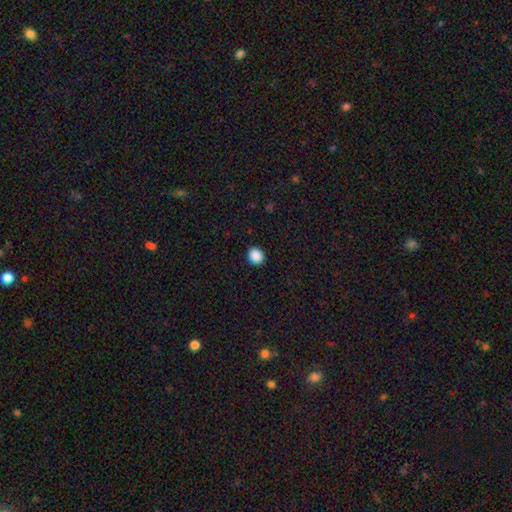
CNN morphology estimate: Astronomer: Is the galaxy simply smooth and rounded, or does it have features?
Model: smooth — 89%.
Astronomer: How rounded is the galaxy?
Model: round — 74%.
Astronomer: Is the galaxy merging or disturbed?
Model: none — 91%.